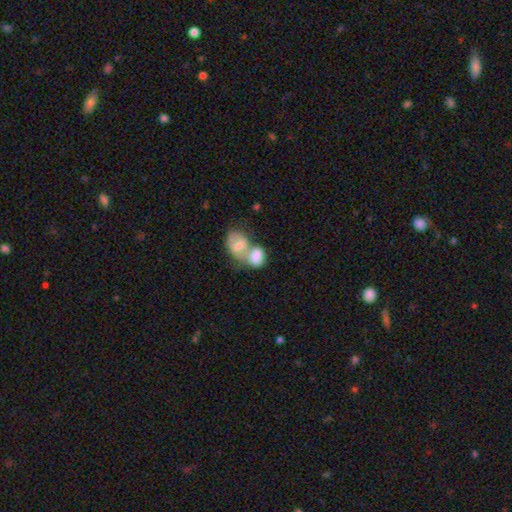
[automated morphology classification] smooth 72%, featured or disk 21%, star or artifact 7%. Down the decision tree: how rounded — in between (77%); merging — merger (78%).